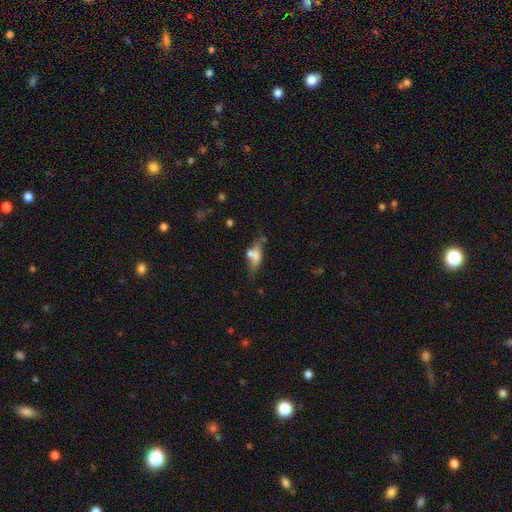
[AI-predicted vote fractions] smooth-or-featured: smooth: 54% | featured or disk: 35% | star or artifact: 11%
  how-rounded: in between: 62% | cigar-shaped: 31% | round: 7%
  merging: none: 40% | merger: 28% | minor disturbance: 20% | major disturbance: 12%